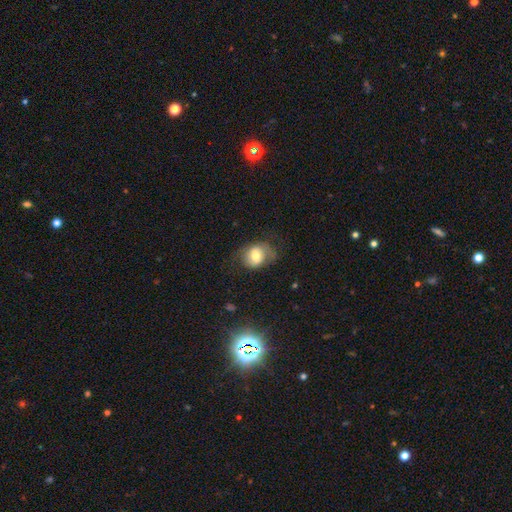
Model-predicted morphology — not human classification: Smooth or featured? Predicted: smooth (p=0.65). How rounded? Predicted: in between (p=0.50). Merging? Predicted: none (p=0.57).